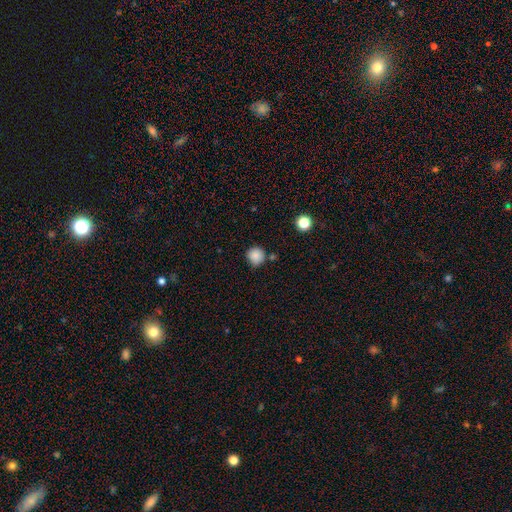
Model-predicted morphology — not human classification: This appears to be a smooth galaxy with no disk features (86%) that is round (93%). Merging: none (78%).